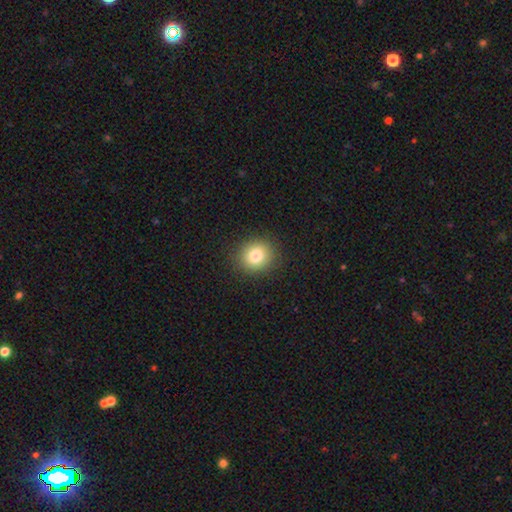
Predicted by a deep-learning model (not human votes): This is clearly a smooth galaxy (81%). How rounded: clearly round (81%). Merging: clearly none (90%).